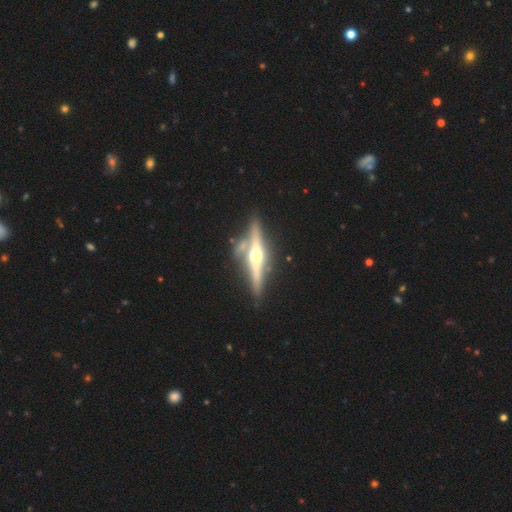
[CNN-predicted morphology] This appears to be a featured or disk galaxy (82%) viewed edge-on (97%) with a rounded central bulge (94%). Merging: none (77%).